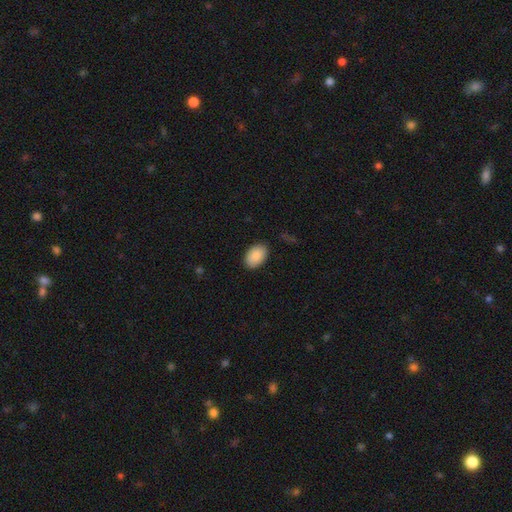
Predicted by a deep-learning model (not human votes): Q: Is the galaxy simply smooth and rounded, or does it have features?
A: smooth — 88%.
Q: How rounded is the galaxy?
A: in between — 90%.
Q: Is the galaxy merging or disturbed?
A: none — 87%.